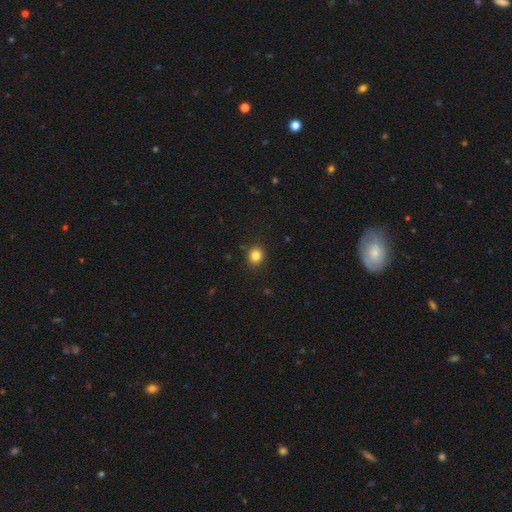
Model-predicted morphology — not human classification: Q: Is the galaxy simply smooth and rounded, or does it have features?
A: smooth — 84%.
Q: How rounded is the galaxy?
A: round — 75%.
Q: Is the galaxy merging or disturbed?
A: none — 91%.